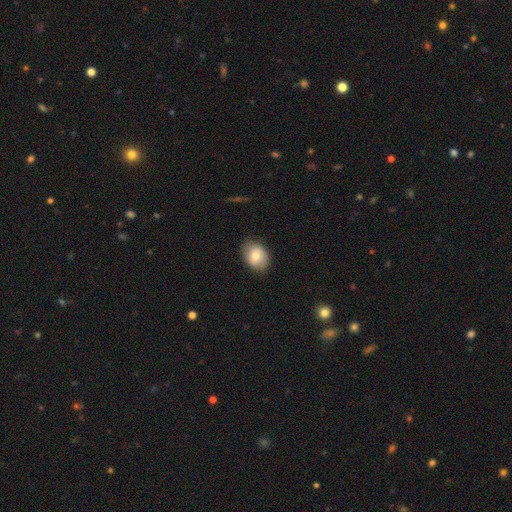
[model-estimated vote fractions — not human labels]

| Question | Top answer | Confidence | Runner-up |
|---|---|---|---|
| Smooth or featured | smooth | 73% | featured or disk (19%) |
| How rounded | in between | 67% | round (32%) |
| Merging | none | 80% | minor disturbance (15%) |